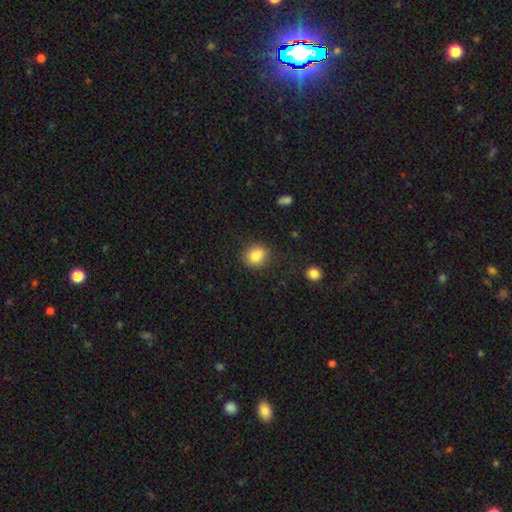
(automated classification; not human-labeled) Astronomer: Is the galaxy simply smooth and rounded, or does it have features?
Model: smooth — 83%.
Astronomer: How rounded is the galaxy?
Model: round — 64%.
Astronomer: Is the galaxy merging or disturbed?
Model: none — 80%.